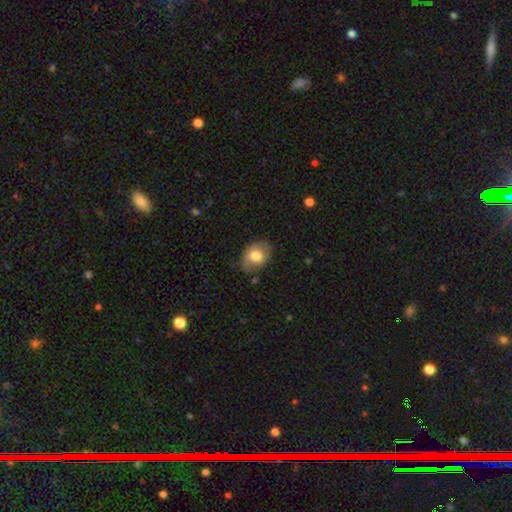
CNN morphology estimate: smooth-or-featured: smooth: 71% | featured or disk: 22% | star or artifact: 7%
  how-rounded: in between: 68% | round: 31% | cigar-shaped: 1%
  merging: none: 73% | minor disturbance: 21% | major disturbance: 5% | merger: 2%